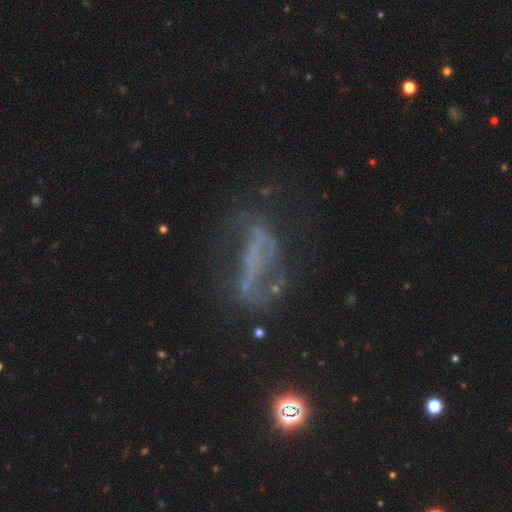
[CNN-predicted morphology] A featured or disk galaxy (62%) with no bar (41%), spiral arms (50%, tied with no) and no central bulge (76%). Merging: none (44%).